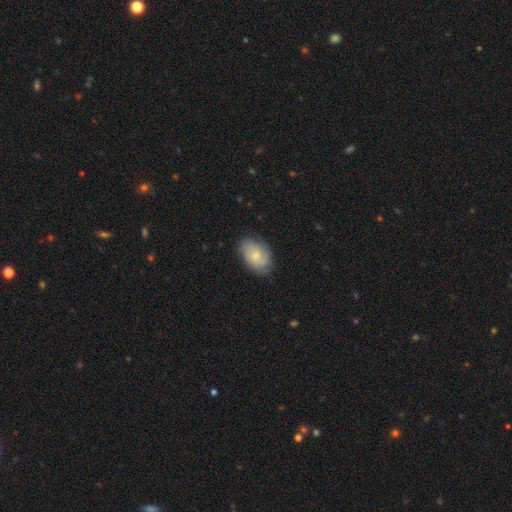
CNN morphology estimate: This is possibly a smooth galaxy (49%). Merging: likely none (70%).